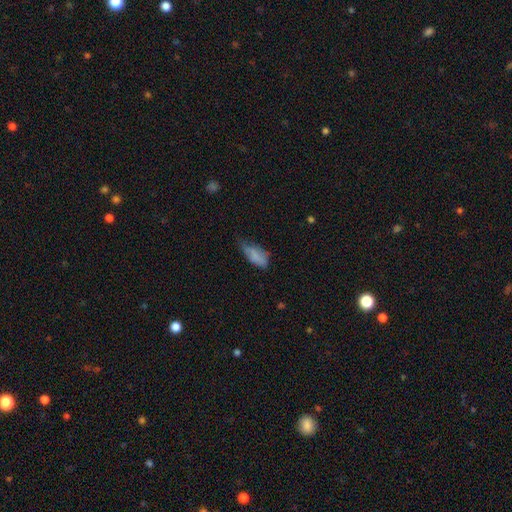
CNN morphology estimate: A smooth galaxy with no disk features (76%) that is in between round and cigar-shaped (85%). Merging: minor disturbance (45%).